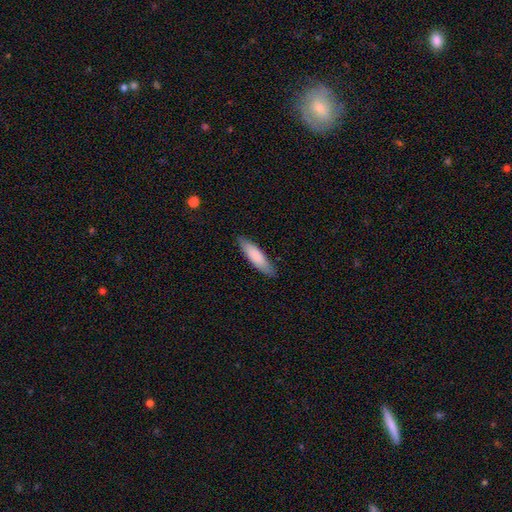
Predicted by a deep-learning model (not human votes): This appears to be a smooth galaxy with no disk features (84%) that is cigar-shaped (66%). Merging: none (87%).